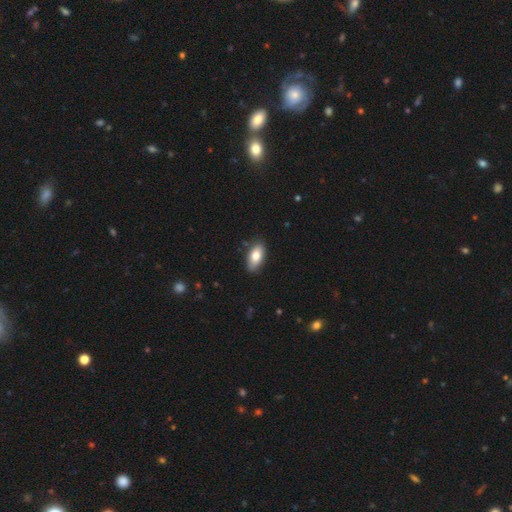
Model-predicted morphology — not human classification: This appears to be a smooth galaxy with no disk features (78%) that is in between round and cigar-shaped (92%). Merging: none (85%).